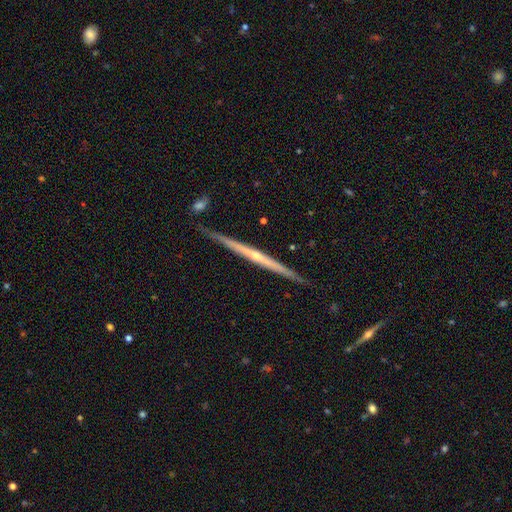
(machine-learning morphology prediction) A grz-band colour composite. It shows a featured or disk galaxy (79%) viewed edge-on (98%) with a rounded central bulge (55%). Merging: none (87%).